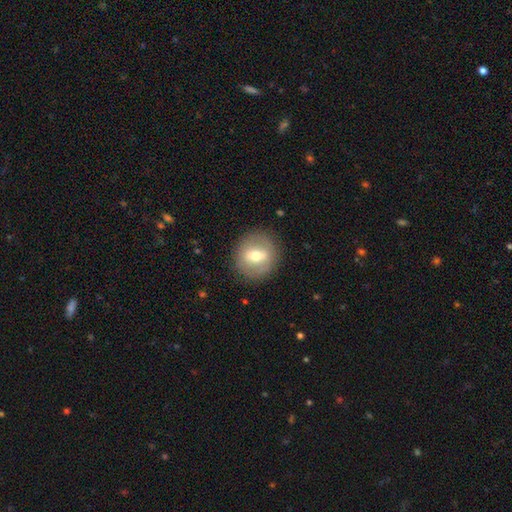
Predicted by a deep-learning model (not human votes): A smooth galaxy with no disk features (55%) that is round (80%).

Vote fractions:
- Smooth or featured? smooth: 55% / featured or disk: 37% / star or artifact: 8%
- How rounded? round: 80% / in between: 19% / cigar-shaped: 1%
- Merging? none: 85% / minor disturbance: 9% / major disturbance: 4% / merger: 1%